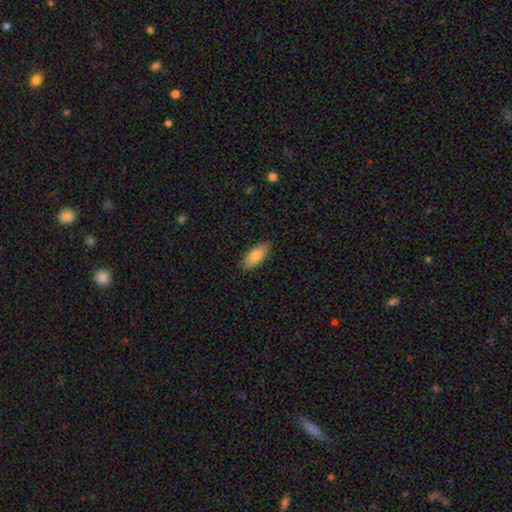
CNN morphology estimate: type=smooth (79%); roundness=in between (88%); merging=none (85%).